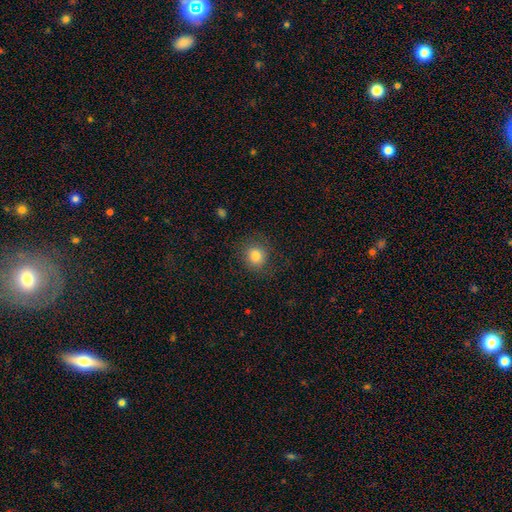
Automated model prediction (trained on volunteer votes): Smooth or featured?
  - smooth: 83% *
  - star or artifact: 10%
  - featured or disk: 6%
How rounded?
  - round: 85% *
  - in between: 14%
  - cigar-shaped: 1%
Merging?
  - none: 82% *
  - minor disturbance: 12%
  - major disturbance: 6%
  - merger: 1%